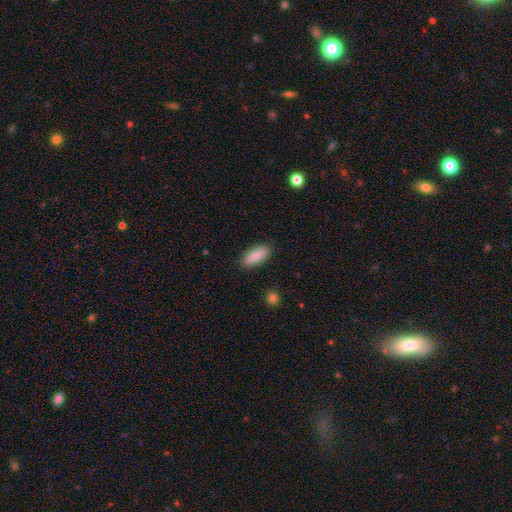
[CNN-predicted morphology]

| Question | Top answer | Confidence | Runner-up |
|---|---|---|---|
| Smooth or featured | smooth | 89% | star or artifact (6%) |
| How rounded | in between | 77% | cigar-shaped (21%) |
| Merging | none | 88% | minor disturbance (8%) |